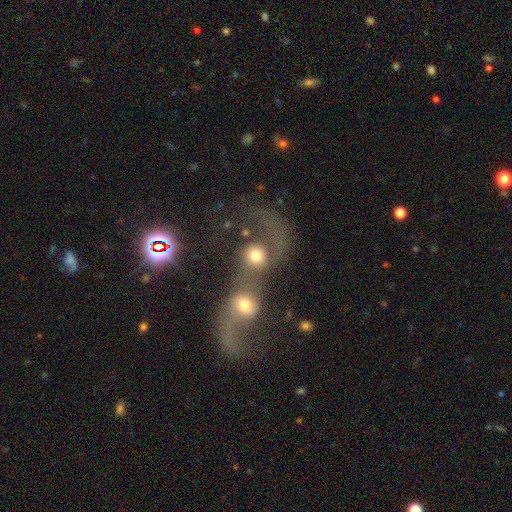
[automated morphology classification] This is likely a smooth galaxy (62%). How rounded: likely round (74%). Merging: likely merger (77%).